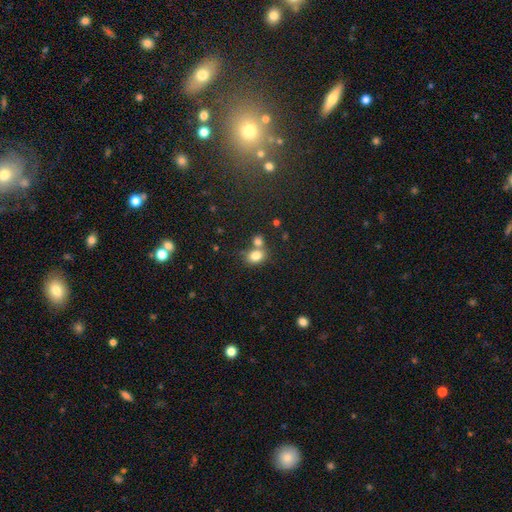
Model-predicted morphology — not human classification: This appears to be a smooth galaxy with no disk features (80%) that is in between round and cigar-shaped (57%). Merging: none (47%).